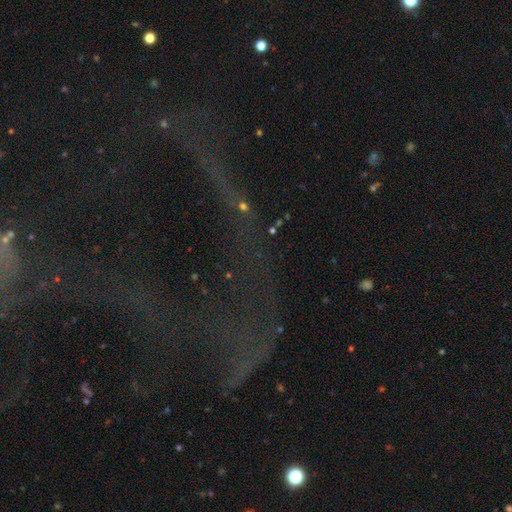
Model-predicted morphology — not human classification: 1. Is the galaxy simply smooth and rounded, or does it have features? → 73% star or artifact, 16% featured or disk, 12% smooth.